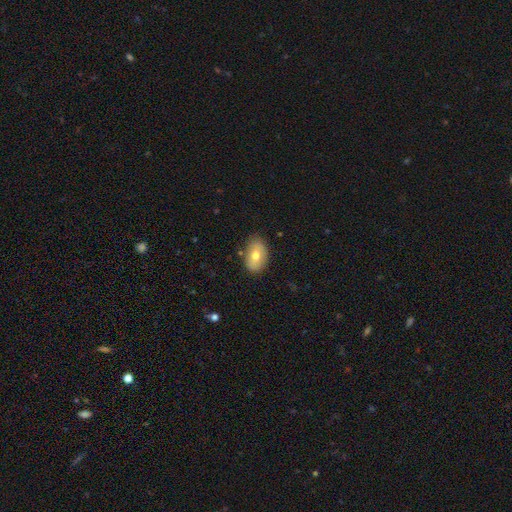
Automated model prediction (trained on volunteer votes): A smooth galaxy with no disk features (69%) that is in between round and cigar-shaped (88%). Merging: none (80%).